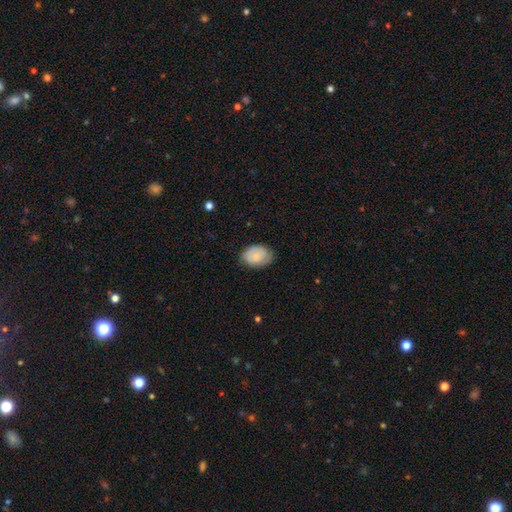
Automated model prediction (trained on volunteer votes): Q: Smooth or featured?
A: smooth (61%); runner-up: featured or disk (32%)
Q: How rounded?
A: in between (77%); runner-up: round (22%)
Q: Merging?
A: none (74%); runner-up: minor disturbance (21%)